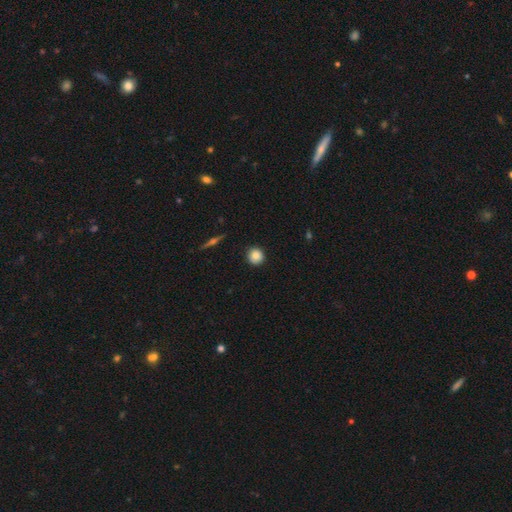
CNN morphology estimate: Smooth or featured: smooth — 84% (star or artifact — 8%)
How rounded: round — 92% (in between — 6%)
Merging: none — 90% (minor disturbance — 7%)